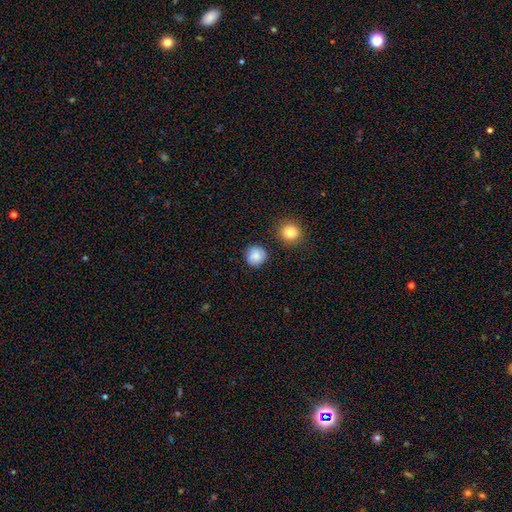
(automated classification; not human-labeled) This is clearly a smooth galaxy (82%). How rounded: clearly round (92%). Merging: clearly none (84%).